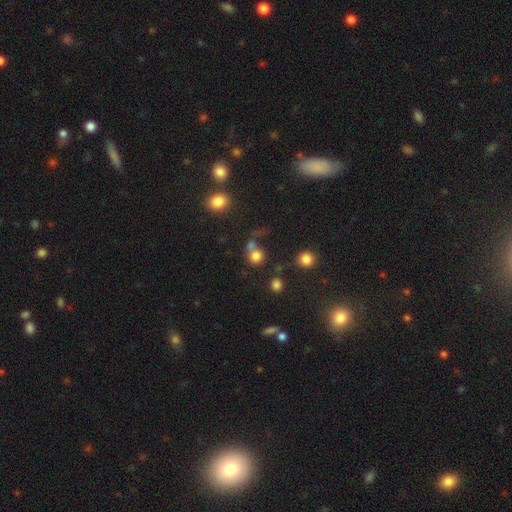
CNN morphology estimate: Overall: smooth (78%). How rounded: round (85%). Merging: none (47%; merger 33%).